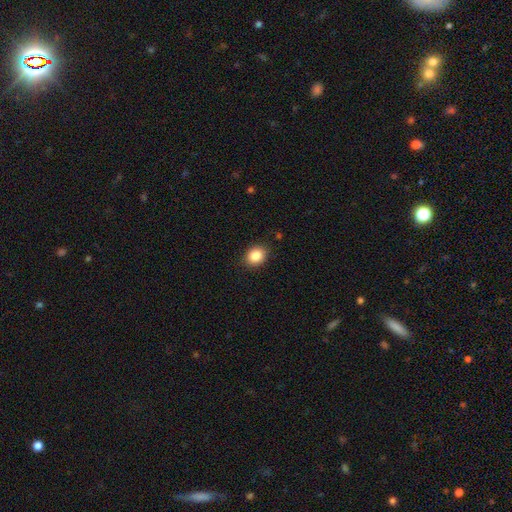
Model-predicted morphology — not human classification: A smooth galaxy with no disk features (86%) that is round (51%). Merging: none (88%).